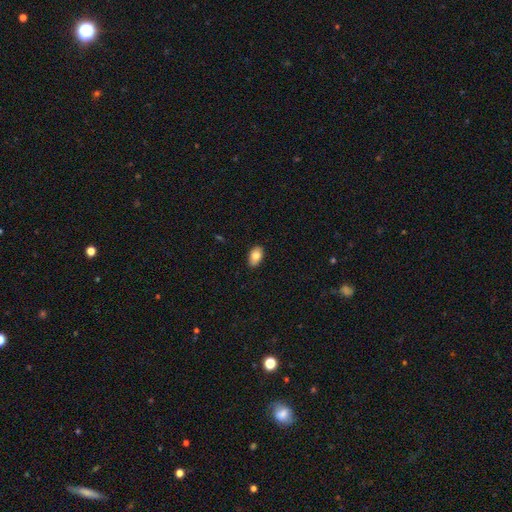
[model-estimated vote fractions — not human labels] Q: Smooth or featured?
A: smooth (83%); runner-up: featured or disk (10%)
Q: How rounded?
A: in between (93%); runner-up: round (5%)
Q: Merging?
A: none (89%); runner-up: minor disturbance (9%)